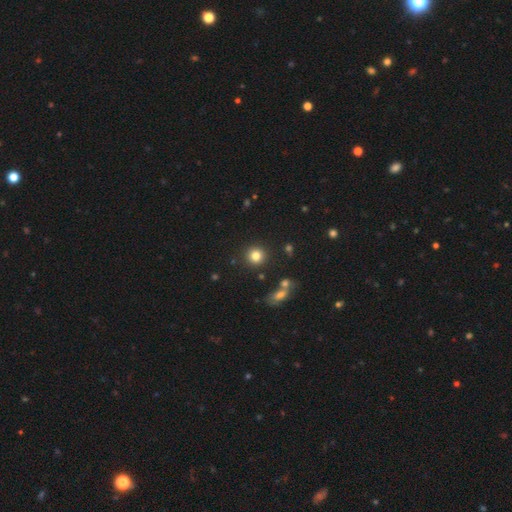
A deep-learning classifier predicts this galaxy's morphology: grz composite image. It shows a smooth galaxy with no disk features (81%) that is round (92%). Merging: none (87%).